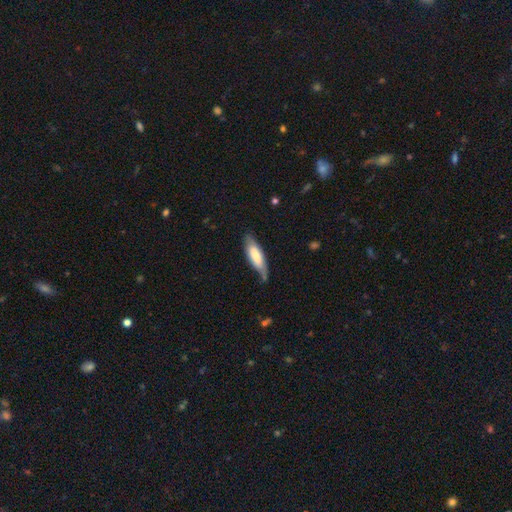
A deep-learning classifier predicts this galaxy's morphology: Smooth or featured?
  - smooth: 66% *
  - featured or disk: 29%
  - star or artifact: 6%
How rounded?
  - cigar-shaped: 52% *
  - in between: 46%
  - round: 1%
Merging?
  - none: 65% *
  - minor disturbance: 26%
  - major disturbance: 6%
  - merger: 3%